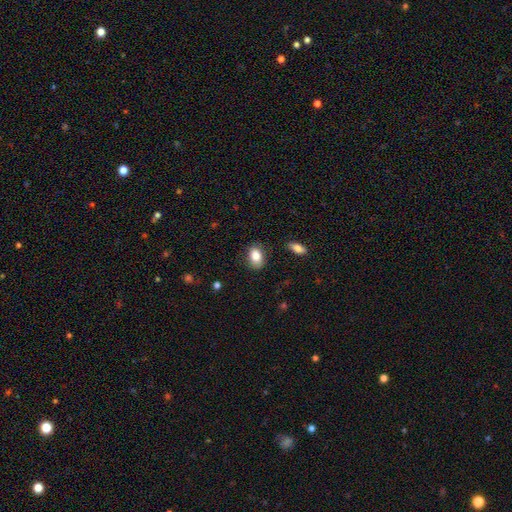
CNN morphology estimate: smooth 85%, star or artifact 8%, featured or disk 7%. Down the decision tree: how rounded — in between (81%); merging — none (81%).